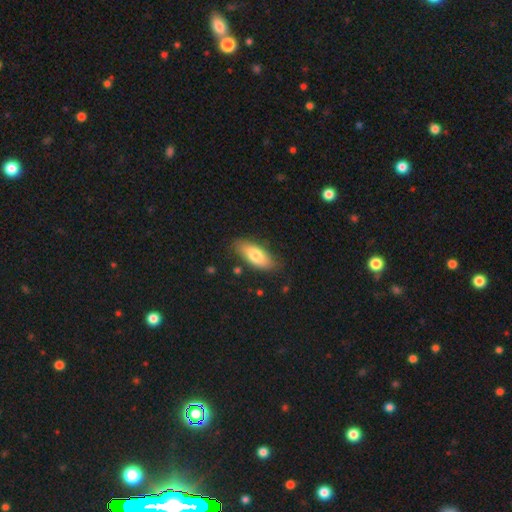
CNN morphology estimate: This appears to be a smooth galaxy with no disk features (76%) that is in between round and cigar-shaped (81%). Merging: none (80%).